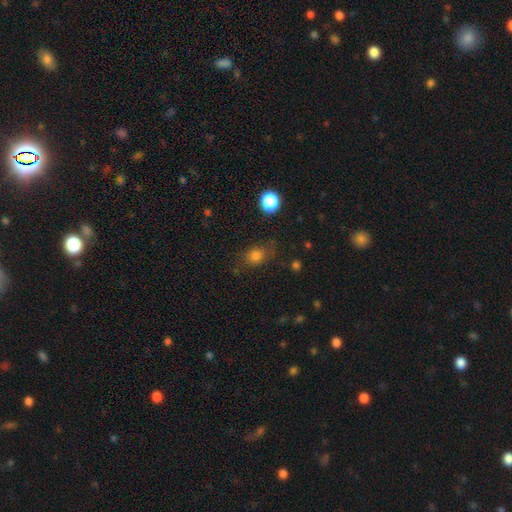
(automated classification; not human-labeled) smooth-or-featured: smooth: 78% | star or artifact: 15% | featured or disk: 7%
  how-rounded: in between: 50% | round: 48% | cigar-shaped: 2%
  merging: none: 69% | minor disturbance: 21% | major disturbance: 8% | merger: 2%